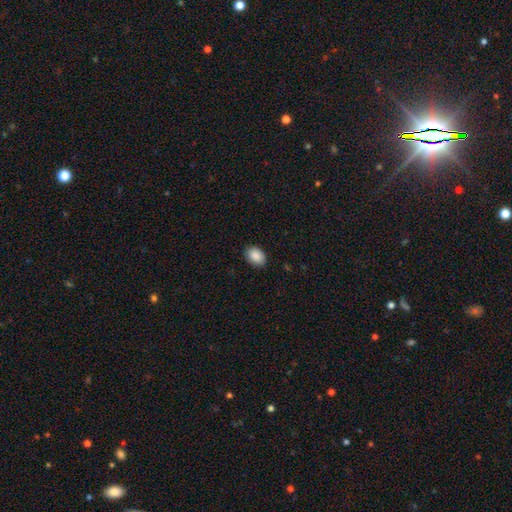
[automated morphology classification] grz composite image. It shows a smooth galaxy with no disk features (90%) that is in between round and cigar-shaped (81%). Merging: none (89%).